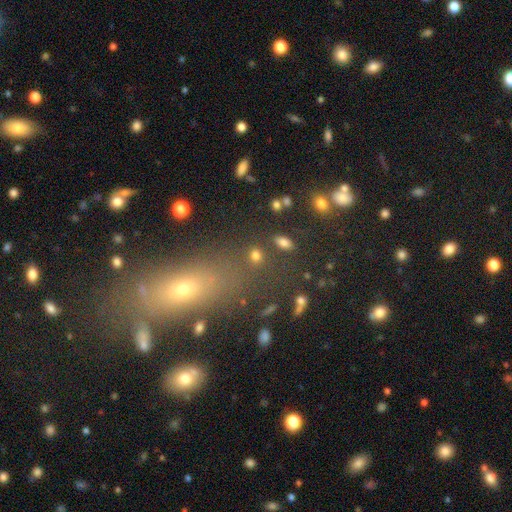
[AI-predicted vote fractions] smooth 78%, star or artifact 15%, featured or disk 8%. Down the decision tree: how rounded — round (50%); merging — none (78%).